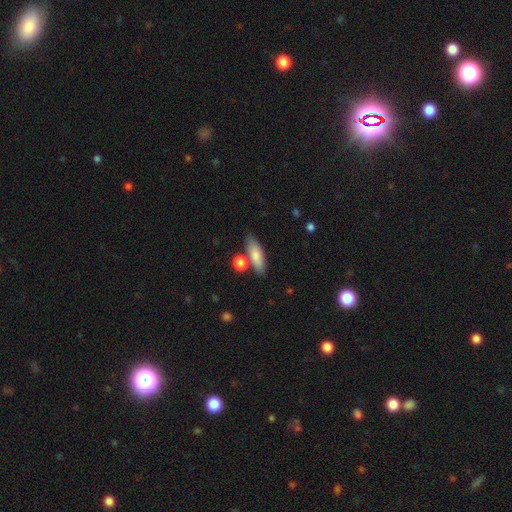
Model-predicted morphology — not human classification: Q: Smooth or featured?
A: smooth (81%); runner-up: featured or disk (13%)
Q: How rounded?
A: in between (53%); runner-up: cigar-shaped (43%)
Q: Merging?
A: none (71%); runner-up: merger (13%)